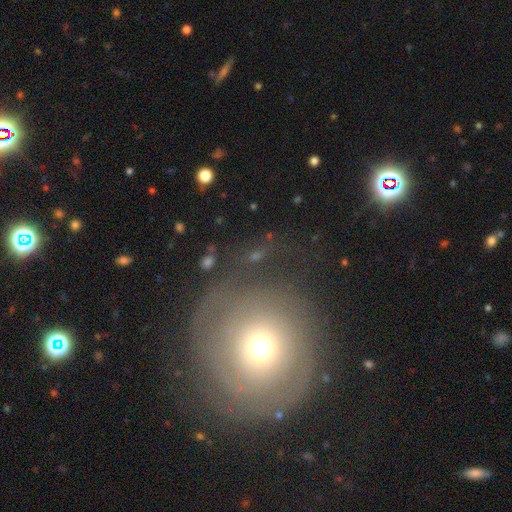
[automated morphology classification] Smooth or featured? Predicted: smooth (p=0.44). Merging? Predicted: none (p=0.60).